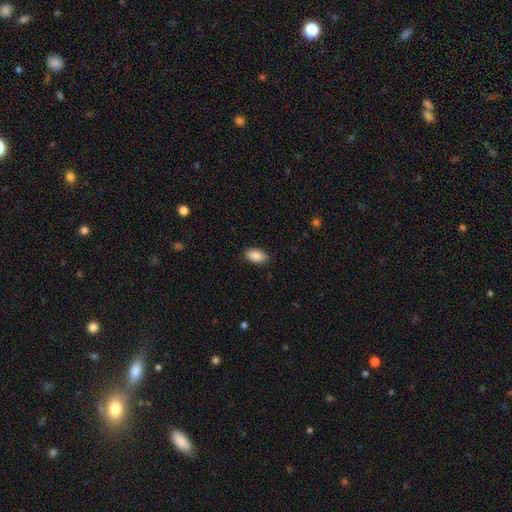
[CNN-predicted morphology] Smooth or featured? smooth (89%)
How rounded? in between (94%)
Merging? none (86%)